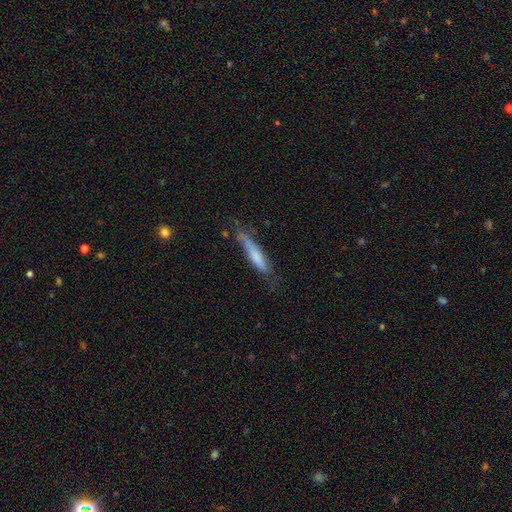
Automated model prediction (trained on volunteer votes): This appears to be a smooth galaxy with no disk features (65%) that is cigar-shaped (86%). Merging: none (54%).